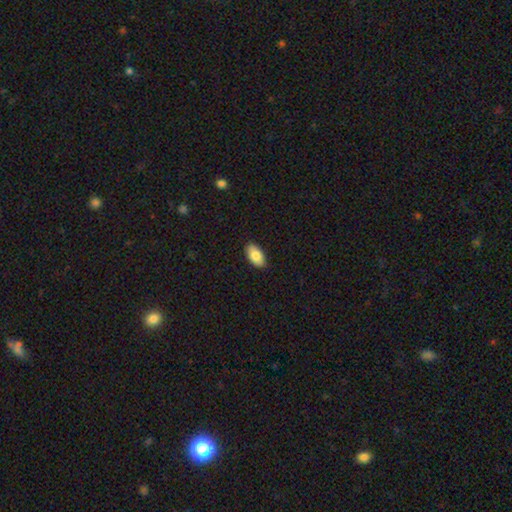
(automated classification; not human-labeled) This appears to be a smooth galaxy with no disk features (84%) that is in between round and cigar-shaped (94%). Merging: none (89%).